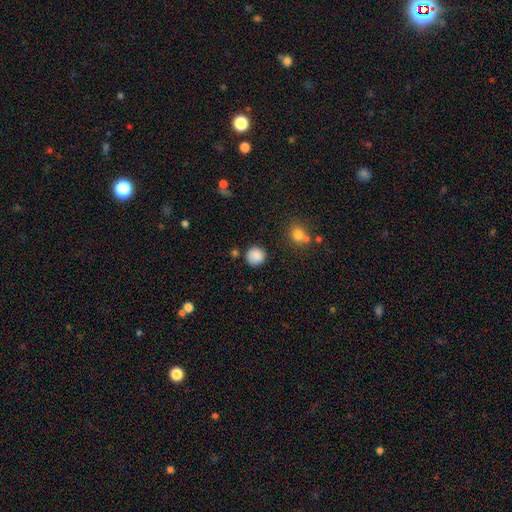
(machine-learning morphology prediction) This is clearly a smooth galaxy (86%). How rounded: clearly round (91%). Merging: clearly none (83%).